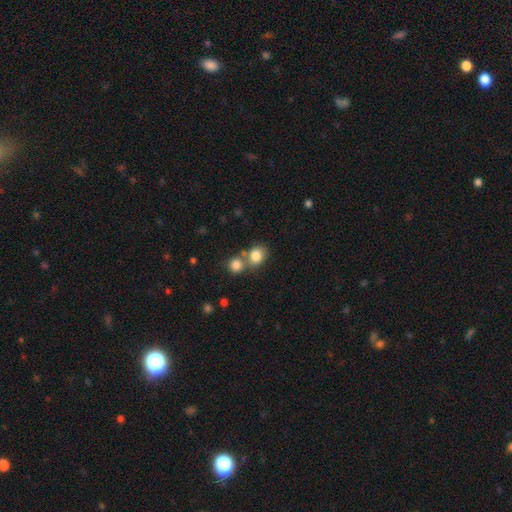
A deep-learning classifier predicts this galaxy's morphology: A smooth galaxy with no disk features (82%) that is round (62%). Merging: none (45%).